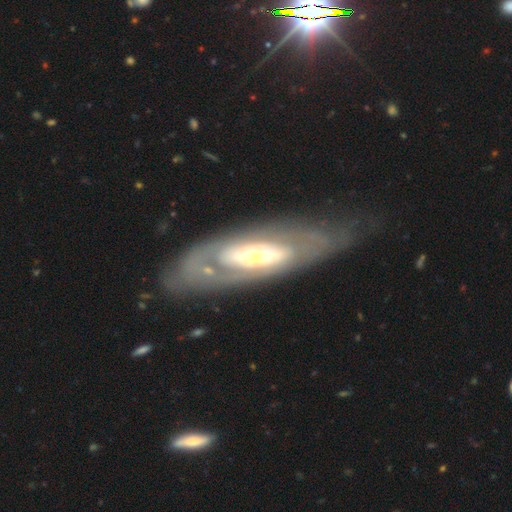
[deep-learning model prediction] smooth_or_featured: featured or disk (p=0.73) [alt: smooth p=0.22]
disk_edge_on: no (p=0.81) [alt: yes p=0.19]
bar: no (p=0.60) [alt: weak p=0.22]
has_spiral_arms: no (p=0.53) [alt: yes p=0.47]
bulge_size: small (p=0.45) [alt: moderate p=0.41]
merging: none (p=0.60) [alt: minor disturbance p=0.20]